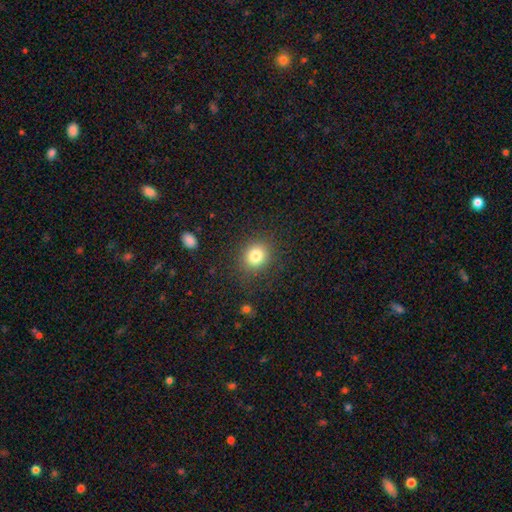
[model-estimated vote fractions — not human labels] This appears to be a smooth galaxy with no disk features (82%) that is round (73%). Merging: none (86%).